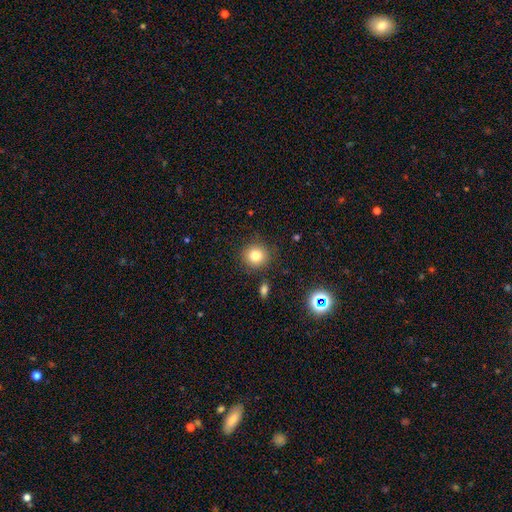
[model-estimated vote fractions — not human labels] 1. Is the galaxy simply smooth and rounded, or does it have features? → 79% smooth, 13% star or artifact, 8% featured or disk.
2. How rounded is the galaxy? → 91% round, 8% in between, 1% cigar-shaped.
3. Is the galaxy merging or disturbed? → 86% none, 9% minor disturbance, 3% major disturbance, 3% merger.